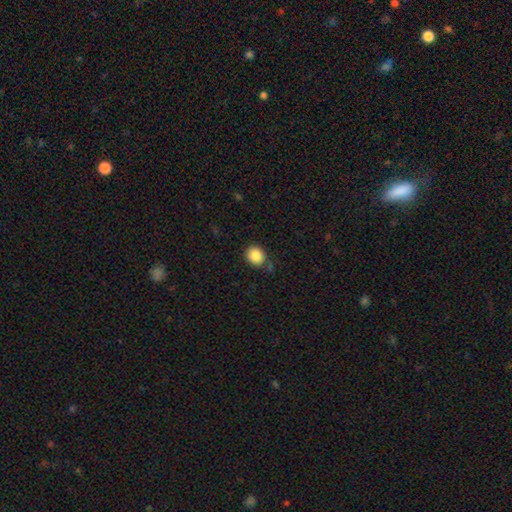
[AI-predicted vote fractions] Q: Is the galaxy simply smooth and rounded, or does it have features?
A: smooth — 86%.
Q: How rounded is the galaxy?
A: round — 77%.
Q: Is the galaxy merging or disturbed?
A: none — 81%.